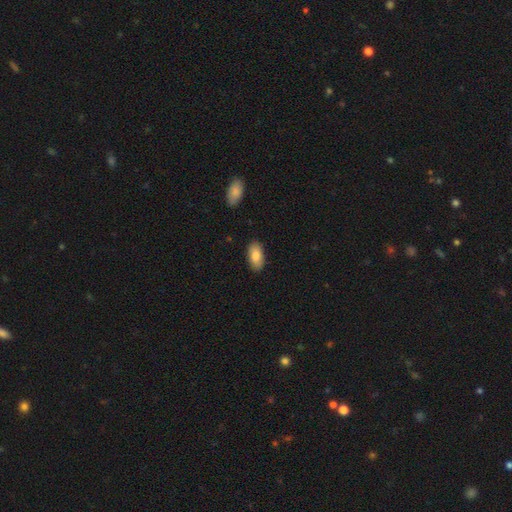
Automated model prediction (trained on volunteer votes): smooth_or_featured: smooth (p=0.82) [alt: featured or disk p=0.11]
how_rounded: in between (p=0.93) [alt: cigar-shaped p=0.05]
merging: none (p=0.87) [alt: minor disturbance p=0.10]